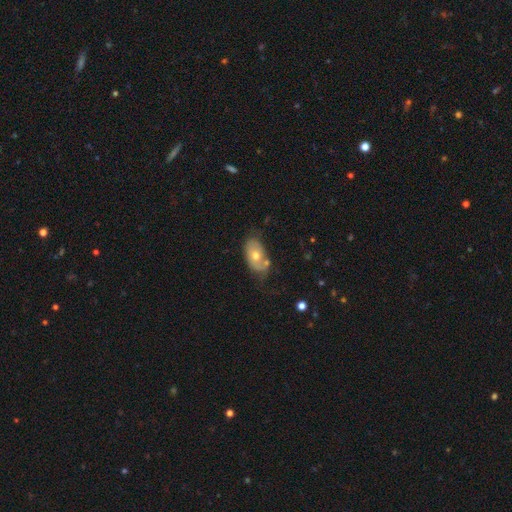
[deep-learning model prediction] This is possibly a smooth galaxy (52%). How rounded: clearly in between (90%). Merging: possibly none (55%).